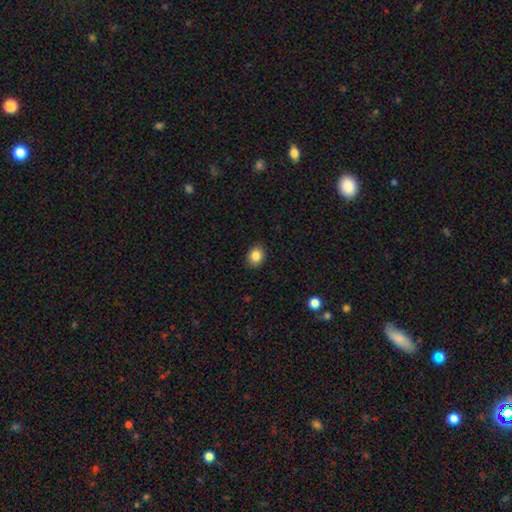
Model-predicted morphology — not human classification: Q: Smooth or featured?
A: smooth (85%); runner-up: star or artifact (10%)
Q: How rounded?
A: round (63%); runner-up: in between (36%)
Q: Merging?
A: none (88%); runner-up: minor disturbance (9%)